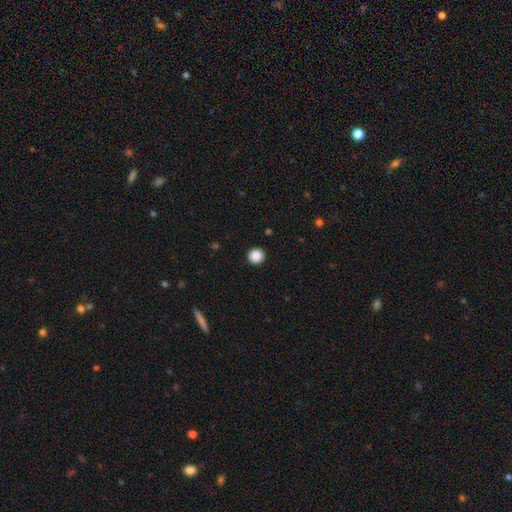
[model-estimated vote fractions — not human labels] Smooth or featured? smooth (88%)
How rounded? round (94%)
Merging? none (93%)